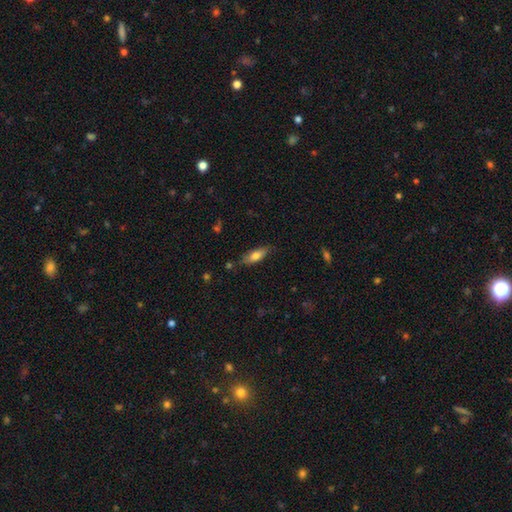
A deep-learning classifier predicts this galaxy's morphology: smooth 73%, featured or disk 20%, star or artifact 7%. Down the decision tree: how rounded — in between (69%); merging — none (74%).